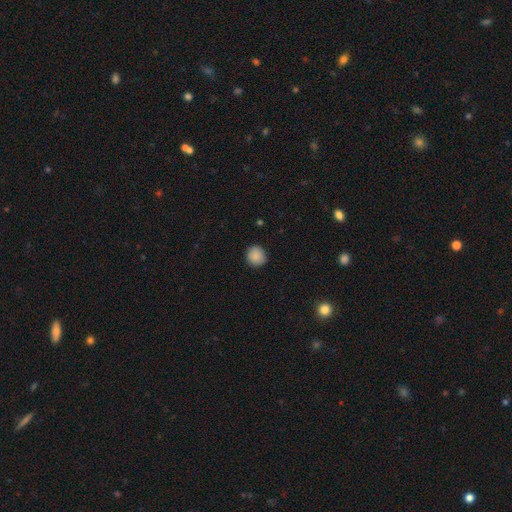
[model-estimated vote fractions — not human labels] Smooth or featured: smooth — 88% (star or artifact — 8%)
How rounded: round — 91% (in between — 8%)
Merging: none — 89% (minor disturbance — 8%)